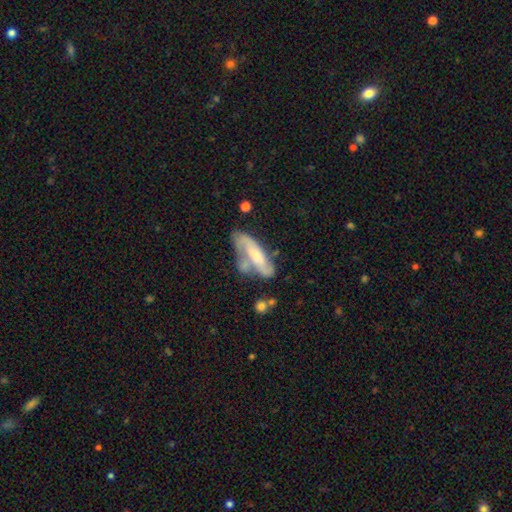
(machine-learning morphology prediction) A featured or disk galaxy (53%). Merging: none (43%).